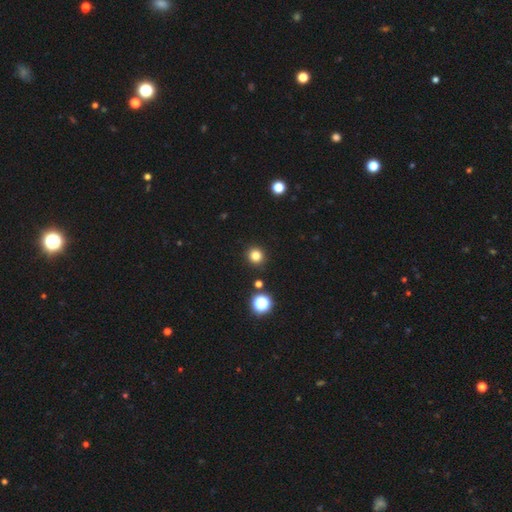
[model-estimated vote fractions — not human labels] smooth_or_featured: smooth (p=0.80) [alt: star or artifact p=0.15]
how_rounded: round (p=0.92) [alt: in between p=0.08]
merging: none (p=0.91) [alt: minor disturbance p=0.05]